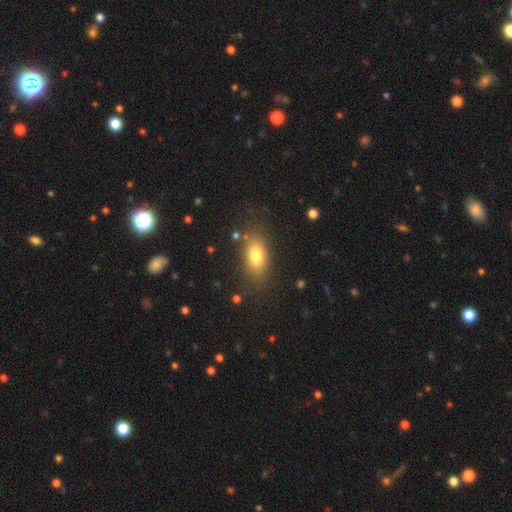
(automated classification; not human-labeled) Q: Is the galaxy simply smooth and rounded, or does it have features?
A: smooth — 76%.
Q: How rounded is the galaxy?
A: in between — 83%.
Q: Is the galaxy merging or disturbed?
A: none — 80%.